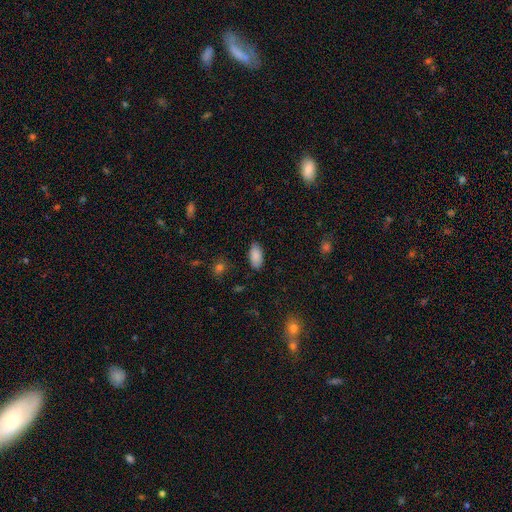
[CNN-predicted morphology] The model was most divided on "merging": none: 87%, minor disturbance: 10%, major disturbance: 2%, merger: 1%. More confident: how rounded — in between (93%); smooth or featured — smooth (88%).